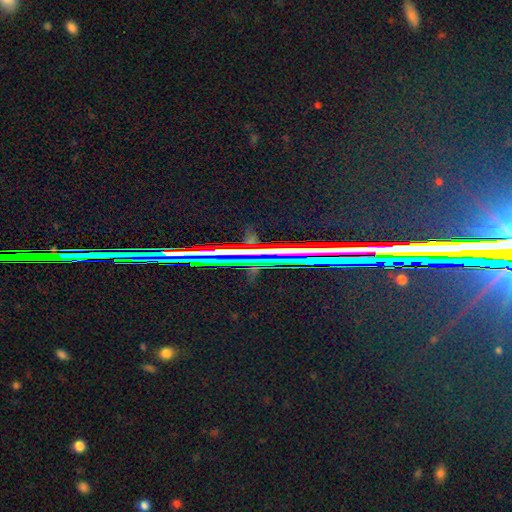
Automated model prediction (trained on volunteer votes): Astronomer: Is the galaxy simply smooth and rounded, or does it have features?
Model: star or artifact — 82%.